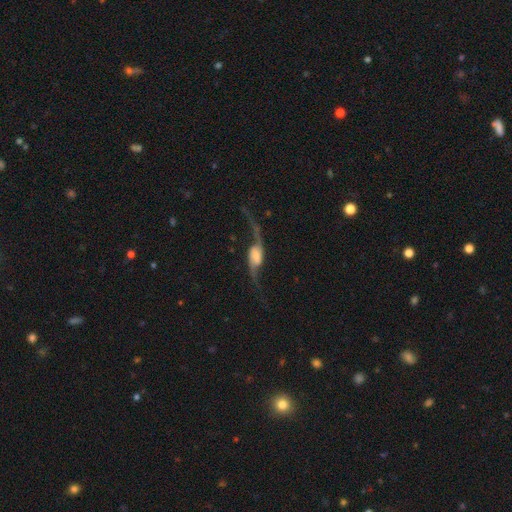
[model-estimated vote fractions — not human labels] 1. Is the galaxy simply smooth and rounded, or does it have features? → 84% featured or disk, 10% smooth, 6% star or artifact.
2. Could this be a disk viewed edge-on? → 88% no, 12% yes.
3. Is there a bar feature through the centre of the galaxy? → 40% no, 37% weak, 23% strong.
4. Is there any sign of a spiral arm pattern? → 95% yes, 5% no.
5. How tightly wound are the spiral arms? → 93% loose, 5% medium, 2% tight.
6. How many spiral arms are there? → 93% 2, 2% 1, 2% can't tell, 1% 3, 1% 4, 1% more than 4.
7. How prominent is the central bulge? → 28% small, 27% moderate, 21% large, 14% none, 9% dominant.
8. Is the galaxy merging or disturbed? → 60% none, 21% major disturbance, 15% minor disturbance, 4% merger.